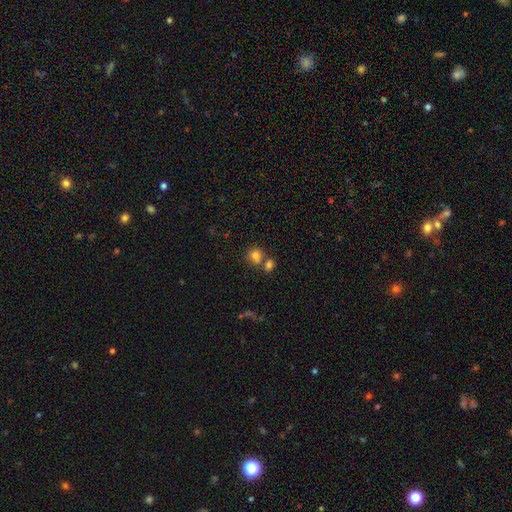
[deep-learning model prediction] smooth-or-featured: smooth: 78% | star or artifact: 12% | featured or disk: 10%
  how-rounded: round: 72% | in between: 27% | cigar-shaped: 1%
  merging: none: 48% | merger: 39% | minor disturbance: 9% | major disturbance: 4%